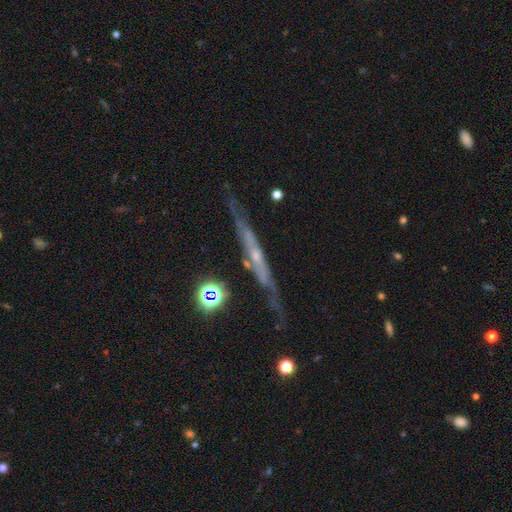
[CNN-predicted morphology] This appears to be a featured or disk galaxy (74%) viewed edge-on (85%) with no central bulge (55%). Merging: none (70%).